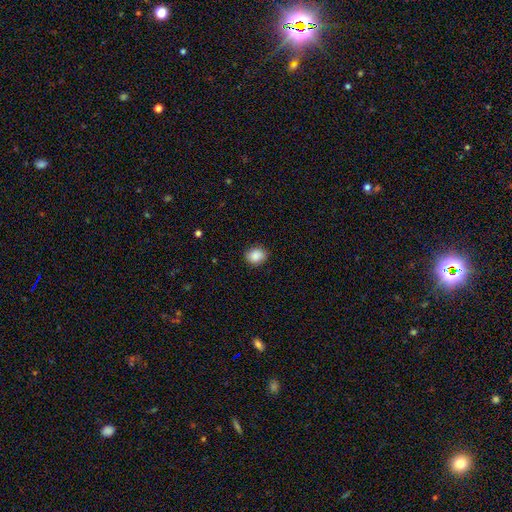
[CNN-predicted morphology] This appears to be a smooth galaxy with no disk features (87%) that is round (61%). Merging: none (86%).